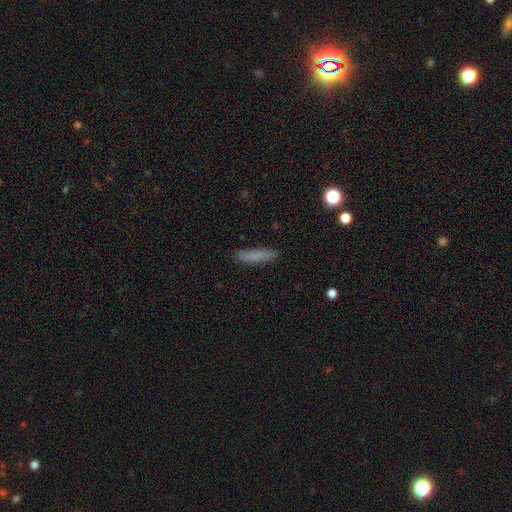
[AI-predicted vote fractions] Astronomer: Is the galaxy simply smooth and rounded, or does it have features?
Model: smooth — 77%.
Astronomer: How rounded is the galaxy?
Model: cigar-shaped — 82%.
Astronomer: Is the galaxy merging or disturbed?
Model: none — 85%.